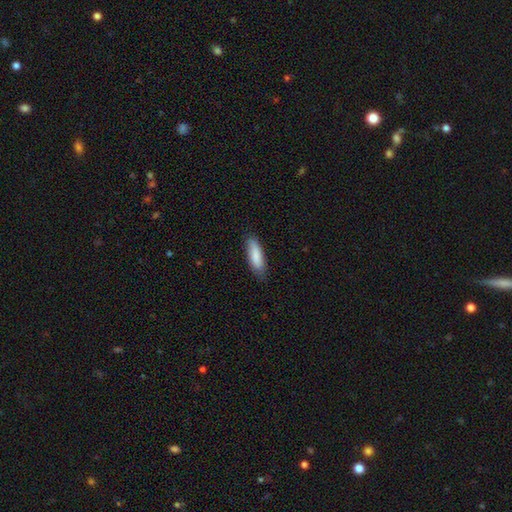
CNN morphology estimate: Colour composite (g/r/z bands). It shows a smooth galaxy with no disk features (85%) that is cigar-shaped (50%). Merging: none (80%).